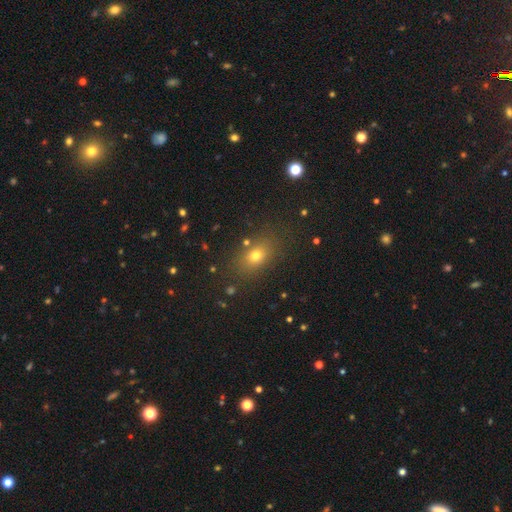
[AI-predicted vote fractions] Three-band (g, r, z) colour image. It shows a smooth galaxy with no disk features (70%) that is in between round and cigar-shaped (67%). Merging: none (82%).